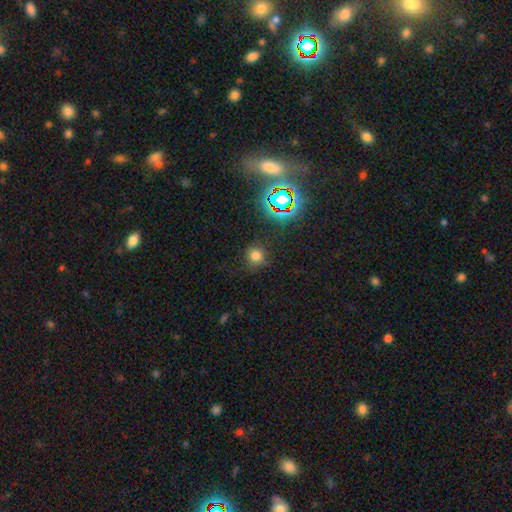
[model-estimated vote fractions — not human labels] smooth-or-featured: smooth: 71% | star or artifact: 23% | featured or disk: 7%
  how-rounded: round: 91% | in between: 8% | cigar-shaped: 1%
  merging: none: 83% | minor disturbance: 11% | major disturbance: 4% | merger: 2%